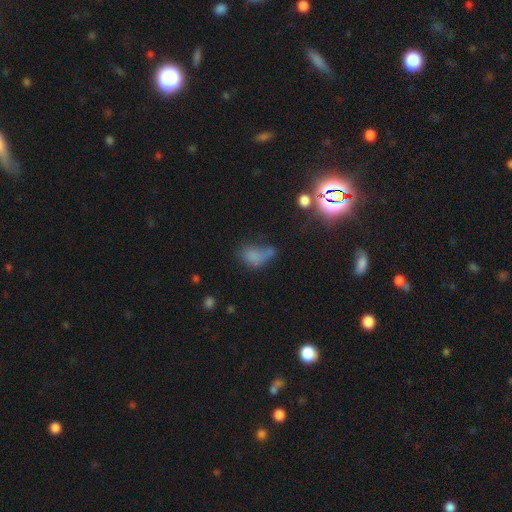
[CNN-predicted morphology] A smooth galaxy with no disk features (63%) that is in between round and cigar-shaped (77%).

Vote fractions:
- Smooth or featured? smooth: 63% / star or artifact: 21% / featured or disk: 15%
- How rounded? in between: 77% / round: 19% / cigar-shaped: 3%
- Merging? none: 31% / major disturbance: 25% / minor disturbance: 25% / merger: 20%